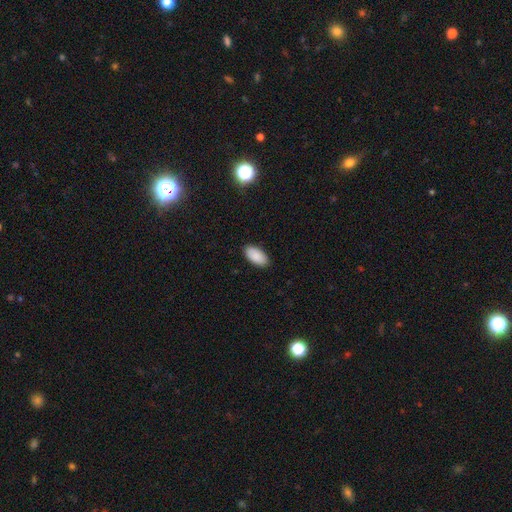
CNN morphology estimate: This appears to be a smooth galaxy with no disk features (90%) that is in between round and cigar-shaped (95%). Merging: none (89%).